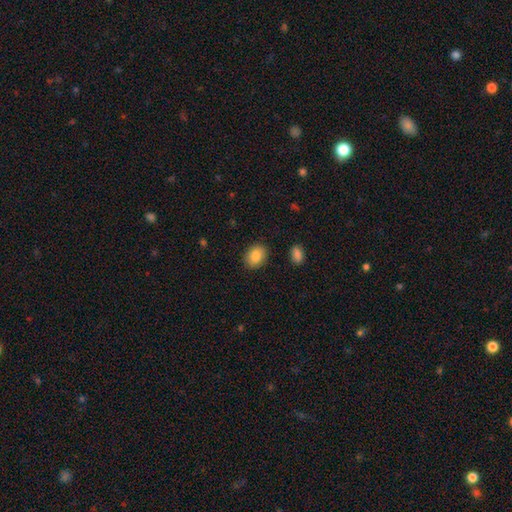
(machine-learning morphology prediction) This appears to be a smooth galaxy with no disk features (85%) that is in between round and cigar-shaped (58%). Merging: none (89%).